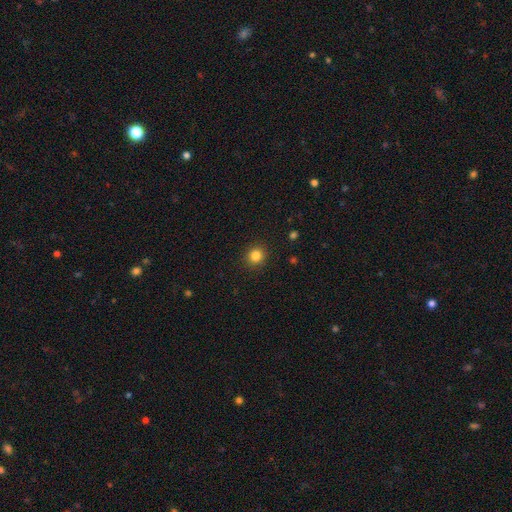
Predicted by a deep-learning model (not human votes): Smooth or featured? smooth (83%)
How rounded? round (91%)
Merging? none (91%)